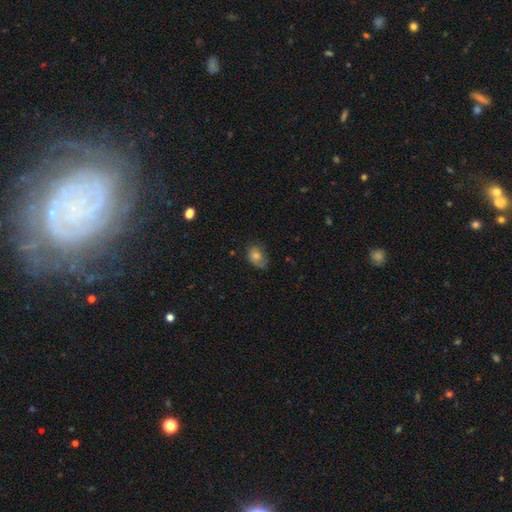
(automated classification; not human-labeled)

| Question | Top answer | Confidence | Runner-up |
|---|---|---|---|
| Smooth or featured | smooth | 67% | featured or disk (22%) |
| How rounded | in between | 65% | round (34%) |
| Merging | none | 59% | minor disturbance (29%) |